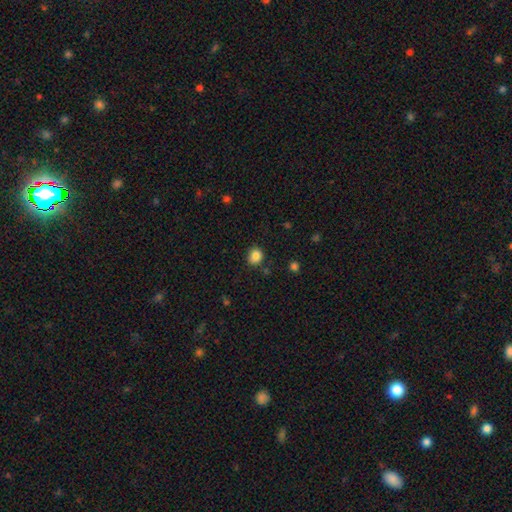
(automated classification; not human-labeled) Smooth or featured? smooth (85%)
How rounded? round (71%)
Merging? none (81%)